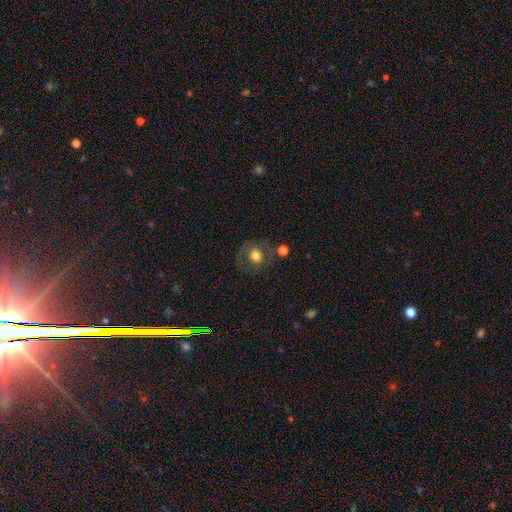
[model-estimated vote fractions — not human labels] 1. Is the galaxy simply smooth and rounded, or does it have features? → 63% smooth, 27% featured or disk, 10% star or artifact.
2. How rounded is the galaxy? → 75% round, 24% in between, 1% cigar-shaped.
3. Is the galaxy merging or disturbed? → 64% none, 17% minor disturbance, 12% major disturbance, 7% merger.